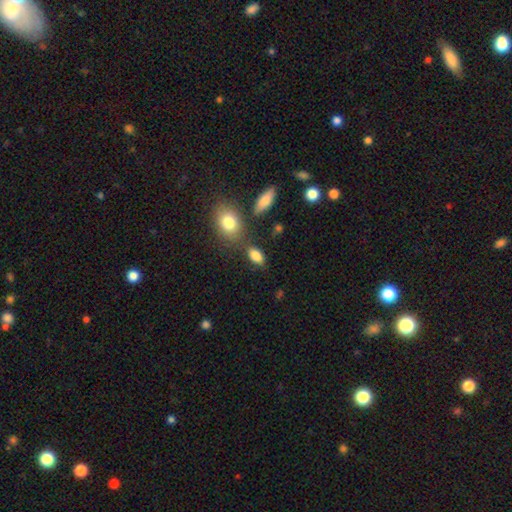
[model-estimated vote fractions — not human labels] This is clearly a smooth galaxy (84%). How rounded: clearly in between (88%). Merging: likely none (70%).